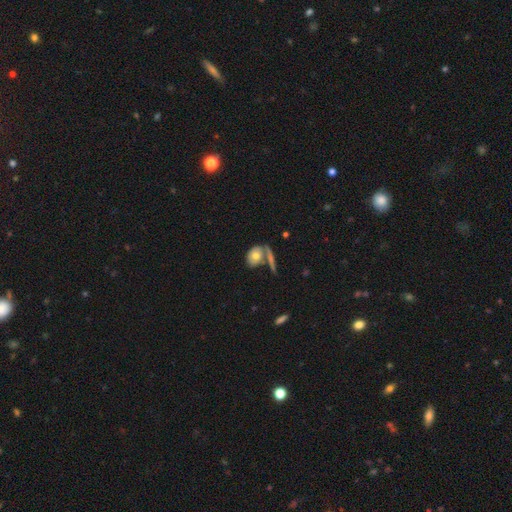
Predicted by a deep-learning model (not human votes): Smooth or featured?
  - smooth: 61% *
  - featured or disk: 31%
  - star or artifact: 7%
How rounded?
  - in between: 66% *
  - round: 30%
  - cigar-shaped: 4%
Merging?
  - none: 46% *
  - merger: 29%
  - minor disturbance: 16%
  - major disturbance: 9%